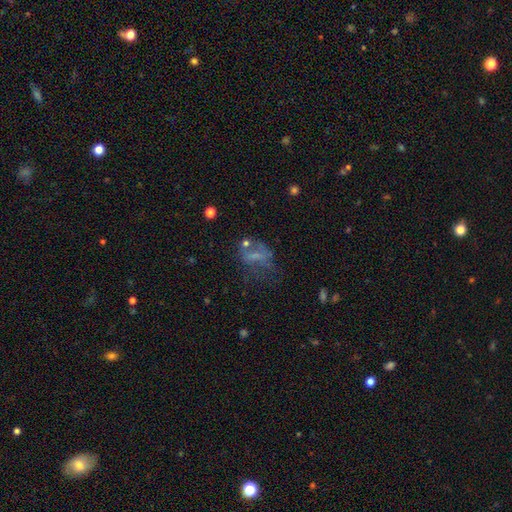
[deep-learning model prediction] This is marginally a featured or disk galaxy (41%). Merging: marginally major disturbance (36%).